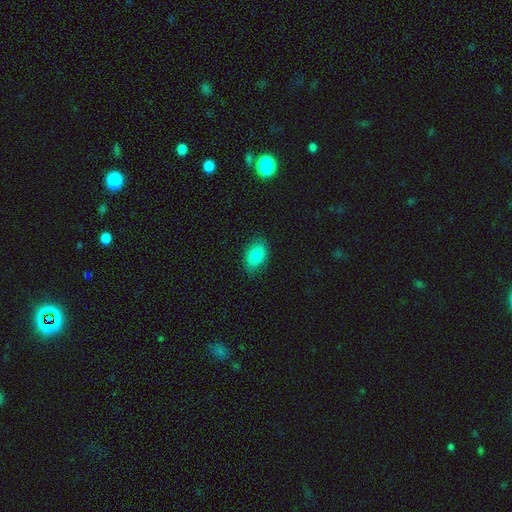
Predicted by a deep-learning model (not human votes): smooth-or-featured: smooth: 83% | featured or disk: 9% | star or artifact: 8%
  how-rounded: in between: 87% | round: 11% | cigar-shaped: 2%
  merging: none: 84% | minor disturbance: 13% | major disturbance: 3% | merger: 1%